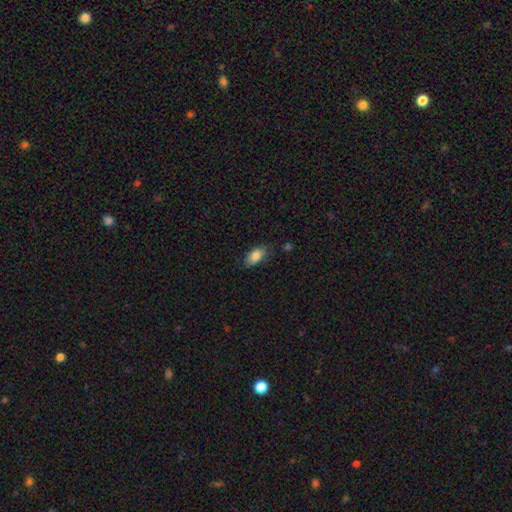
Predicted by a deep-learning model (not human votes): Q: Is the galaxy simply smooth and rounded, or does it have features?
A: smooth — 84%.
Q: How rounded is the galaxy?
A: in between — 90%.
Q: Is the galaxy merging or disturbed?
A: none — 76%.